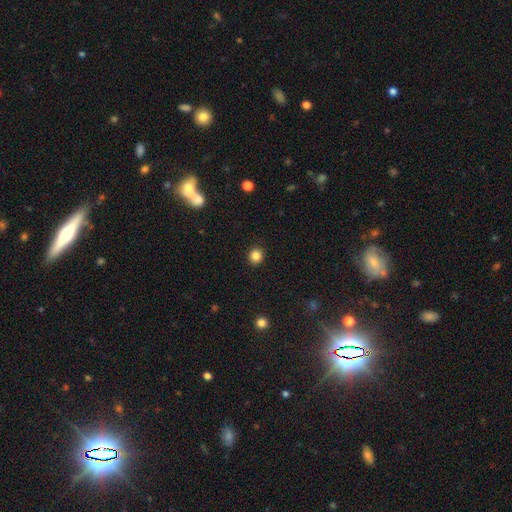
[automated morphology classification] A smooth galaxy with no disk features (84%) that is round (88%).

Vote fractions:
- Smooth or featured? smooth: 84% / star or artifact: 12% / featured or disk: 4%
- How rounded? round: 88% / in between: 11% / cigar-shaped: 1%
- Merging? none: 91% / minor disturbance: 6% / major disturbance: 2% / merger: 1%